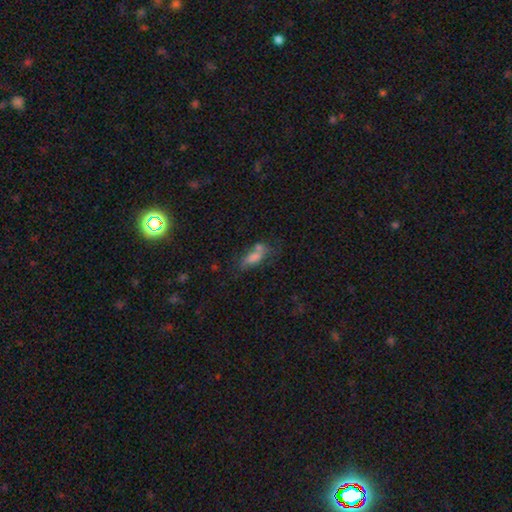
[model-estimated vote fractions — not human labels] Morphology: type=smooth (67%); roundness=in between (69%); merging=none (46%).